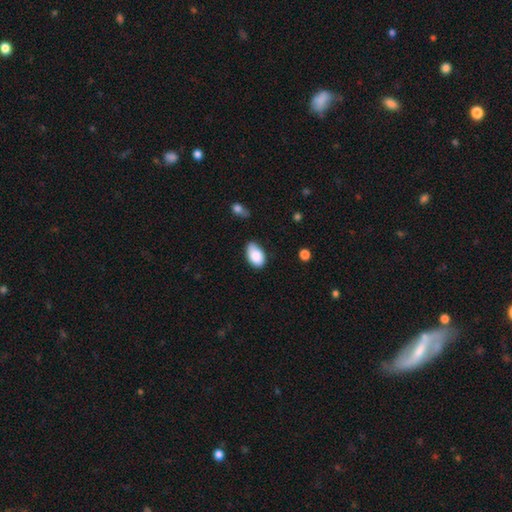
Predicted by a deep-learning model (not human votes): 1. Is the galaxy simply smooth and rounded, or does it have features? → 87% smooth, 7% star or artifact, 6% featured or disk.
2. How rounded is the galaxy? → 92% in between, 6% round, 1% cigar-shaped.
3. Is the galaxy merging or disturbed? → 64% none, 29% minor disturbance, 5% major disturbance, 3% merger.